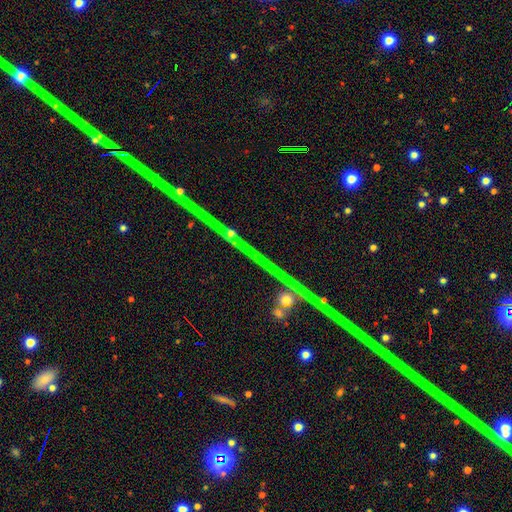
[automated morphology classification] smooth_or_featured: star or artifact (p=0.79) [alt: featured or disk p=0.14]